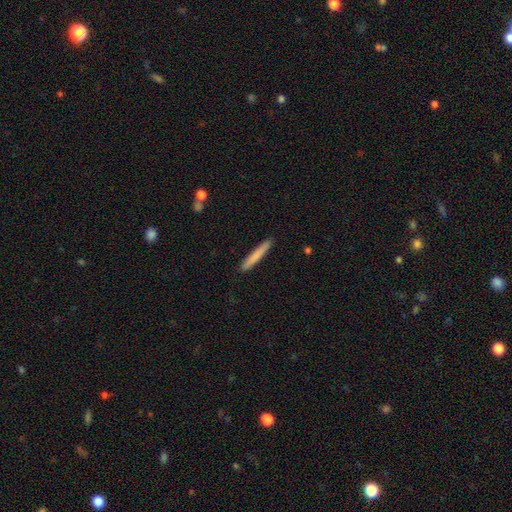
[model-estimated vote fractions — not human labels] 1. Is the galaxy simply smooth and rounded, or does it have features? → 77% smooth, 17% featured or disk, 5% star or artifact.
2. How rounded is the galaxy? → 96% cigar-shaped, 3% in between, 1% round.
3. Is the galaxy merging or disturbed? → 91% none, 6% minor disturbance, 1% major disturbance, 1% merger.